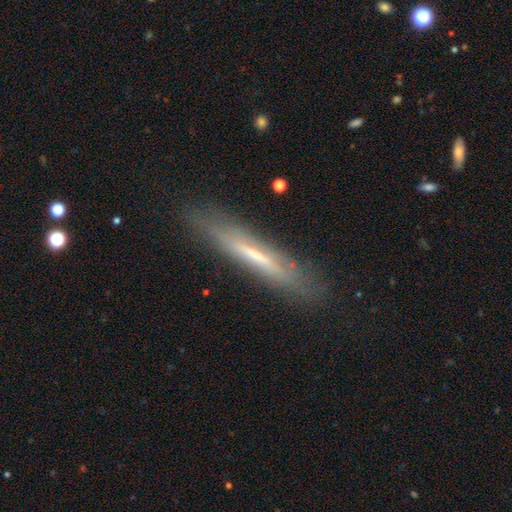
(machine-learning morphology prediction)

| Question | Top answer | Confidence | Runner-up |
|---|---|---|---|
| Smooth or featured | featured or disk | 52% | smooth (40%) |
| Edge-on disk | yes | 81% | no (19%) |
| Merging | none | 82% | minor disturbance (13%) |